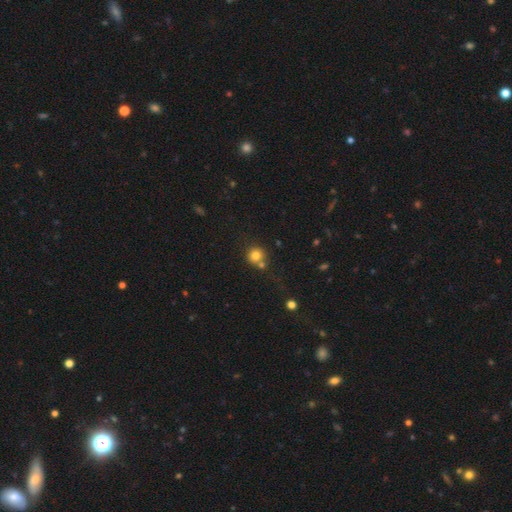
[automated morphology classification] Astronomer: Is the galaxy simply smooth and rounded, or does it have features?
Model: smooth — 80%.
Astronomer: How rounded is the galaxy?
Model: round — 90%.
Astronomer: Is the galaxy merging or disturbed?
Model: none — 61%.